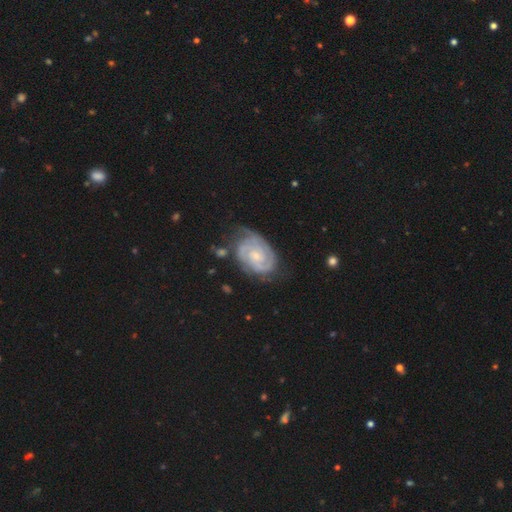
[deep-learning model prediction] Smooth or featured?
  - featured or disk: 87% *
  - smooth: 8%
  - star or artifact: 5%
Edge-on disk?
  - no: 98% *
  - yes: 2%
Bar?
  - no: 64% *
  - weak: 31%
  - strong: 6%
Spiral arms?
  - yes: 97% *
  - no: 3%
Spiral winding?
  - tight: 70% *
  - medium: 25%
  - loose: 4%
Spiral arm count?
  - 2: 53% *
  - 3: 20%
  - can't tell: 17%
  - 4: 4%
  - 1: 4%
  - more than 4: 3%
Bulge size?
  - small: 60% *
  - moderate: 33%
  - none: 4%
  - large: 2%
  - dominant: 1%
Merging?
  - none: 65% *
  - minor disturbance: 24%
  - major disturbance: 9%
  - merger: 3%